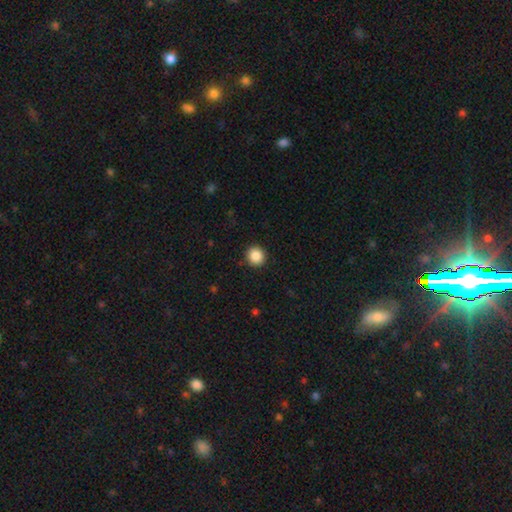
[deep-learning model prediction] A smooth galaxy with no disk features (88%) that is round (93%).

Vote fractions:
- Smooth or featured? smooth: 88% / star or artifact: 9% / featured or disk: 3%
- How rounded? round: 93% / in between: 6% / cigar-shaped: 1%
- Merging? none: 91% / minor disturbance: 6% / major disturbance: 2% / merger: 1%